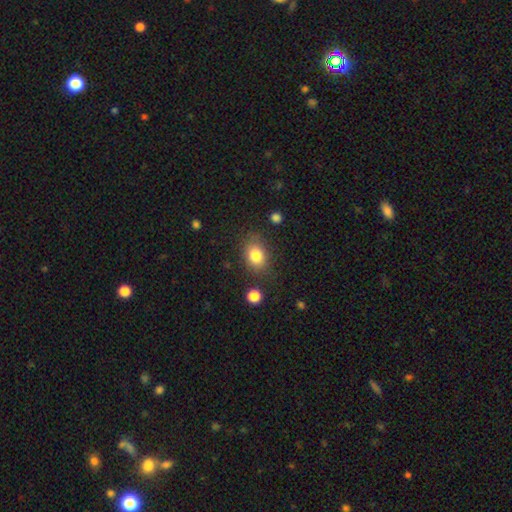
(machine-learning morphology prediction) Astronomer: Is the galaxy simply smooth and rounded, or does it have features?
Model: smooth — 82%.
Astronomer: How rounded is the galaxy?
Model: in between — 65%.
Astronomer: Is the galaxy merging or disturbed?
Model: none — 78%.